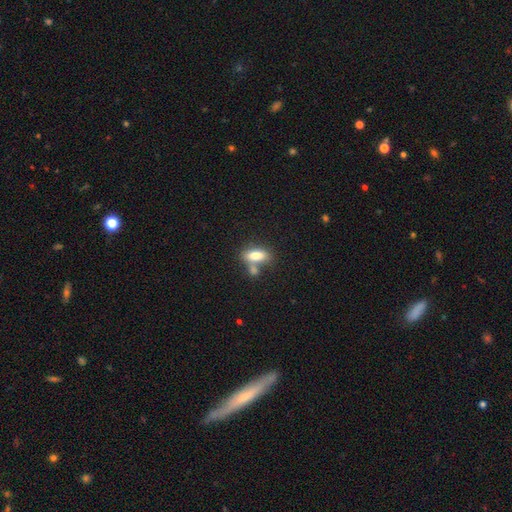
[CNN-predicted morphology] A smooth galaxy with no disk features (77%) that is in between round and cigar-shaped (83%).

Vote fractions:
- Smooth or featured? smooth: 77% / featured or disk: 14% / star or artifact: 8%
- How rounded? in between: 83% / cigar-shaped: 12% / round: 6%
- Merging? none: 46% / merger: 35% / minor disturbance: 13% / major disturbance: 5%